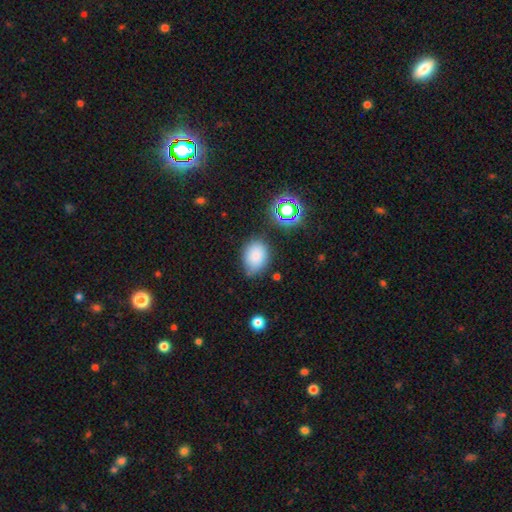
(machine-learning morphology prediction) smooth-or-featured: smooth: 82% | star or artifact: 12% | featured or disk: 6%
  how-rounded: in between: 68% | round: 31% | cigar-shaped: 1%
  merging: none: 71% | minor disturbance: 20% | major disturbance: 5% | merger: 4%